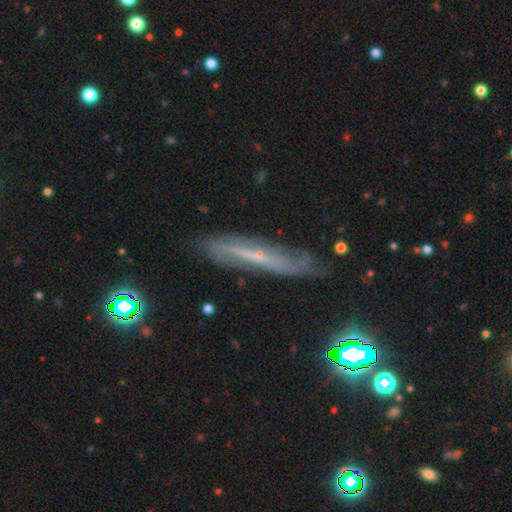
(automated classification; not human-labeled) smooth_or_featured: featured or disk (p=0.69) [alt: smooth p=0.22]
disk_edge_on: yes (p=0.56) [alt: no p=0.44]
merging: none (p=0.69) [alt: minor disturbance p=0.22]